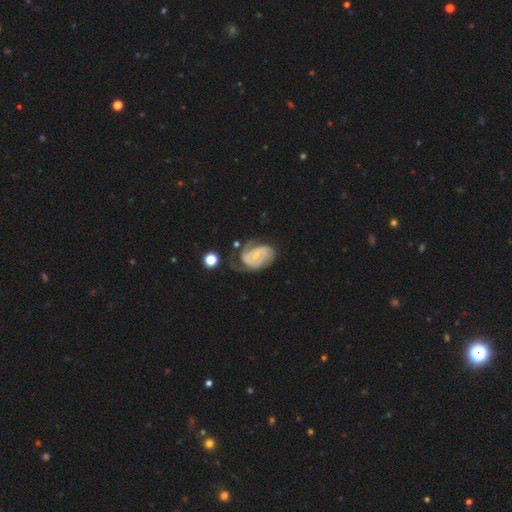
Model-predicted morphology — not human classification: smooth_or_featured: featured or disk (p=0.79) [alt: smooth p=0.16]
disk_edge_on: no (p=0.97) [alt: yes p=0.03]
bar: no (p=0.46) [alt: weak p=0.43]
has_spiral_arms: yes (p=0.92) [alt: no p=0.08]
spiral_winding: tight (p=0.53) [alt: medium p=0.35]
spiral_arm_count: 2 (p=0.55) [alt: can't tell p=0.23]
bulge_size: small (p=0.71) [alt: moderate p=0.19]
merging: none (p=0.45) [alt: minor disturbance p=0.29]